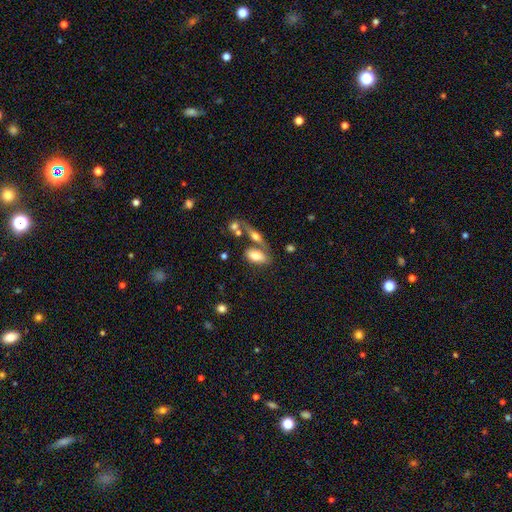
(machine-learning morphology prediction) Q: Smooth or featured?
A: smooth (77%); runner-up: featured or disk (16%)
Q: How rounded?
A: in between (89%); runner-up: cigar-shaped (7%)
Q: Merging?
A: none (51%); runner-up: merger (30%)